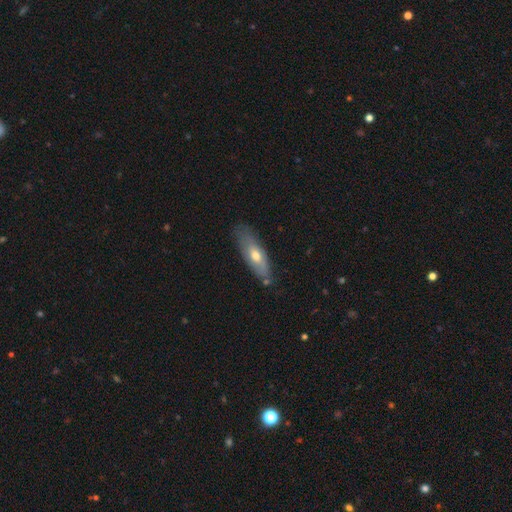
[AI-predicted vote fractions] A smooth galaxy with no disk features (54%) that is in between round and cigar-shaped (56%). Merging: none (74%).